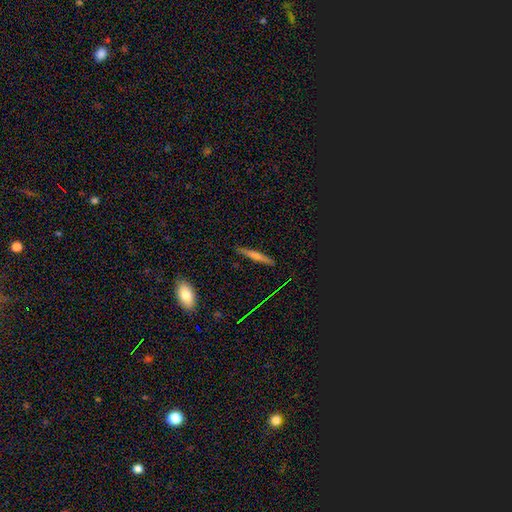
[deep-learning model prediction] Smooth or featured? Predicted: smooth (p=0.47). Merging? Predicted: none (p=0.89).